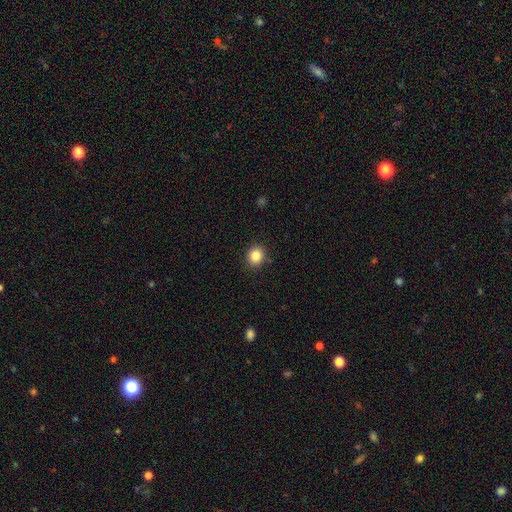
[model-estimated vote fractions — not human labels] Q: Smooth or featured?
A: smooth (85%); runner-up: star or artifact (10%)
Q: How rounded?
A: round (72%); runner-up: in between (28%)
Q: Merging?
A: none (90%); runner-up: minor disturbance (7%)